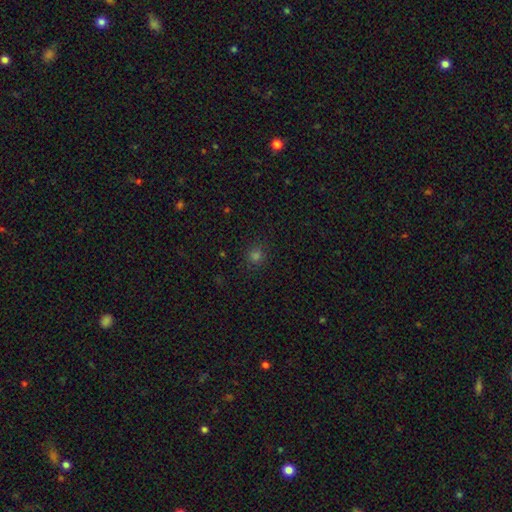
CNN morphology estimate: Smooth or featured? Predicted: smooth (p=0.74). How rounded? Predicted: round (p=0.89). Merging? Predicted: none (p=0.88).